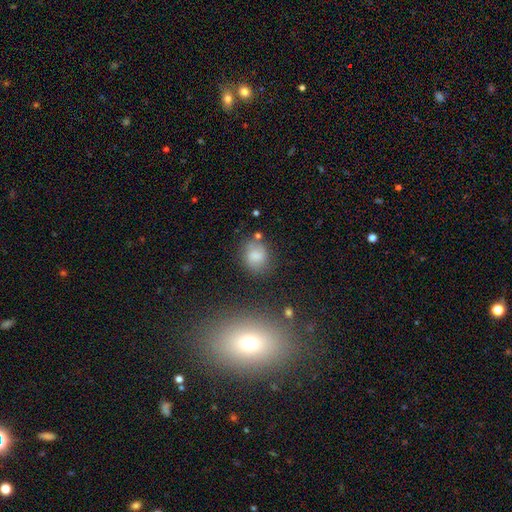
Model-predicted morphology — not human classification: Q: Smooth or featured?
A: smooth (71%); runner-up: featured or disk (17%)
Q: How rounded?
A: round (64%); runner-up: in between (35%)
Q: Merging?
A: none (70%); runner-up: minor disturbance (18%)